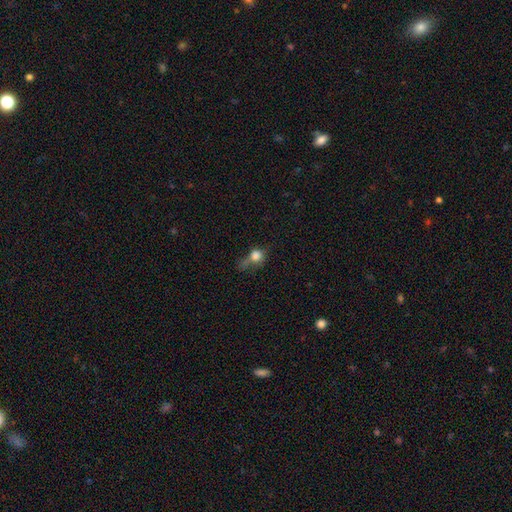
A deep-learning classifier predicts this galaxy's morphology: Smooth or featured? smooth (71%)
How rounded? round (72%)
Merging? major disturbance (32%)